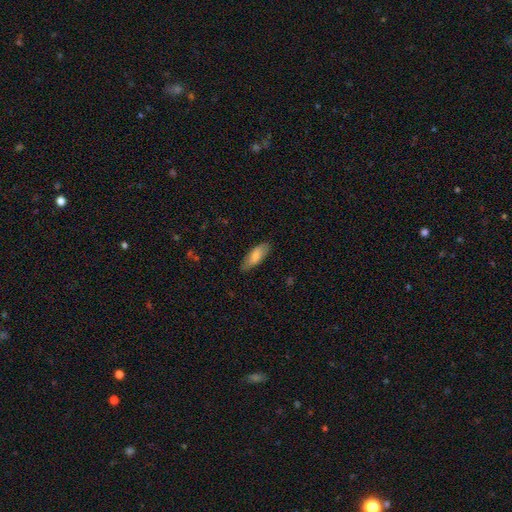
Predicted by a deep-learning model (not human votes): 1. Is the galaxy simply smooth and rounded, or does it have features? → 76% smooth, 18% featured or disk, 6% star or artifact.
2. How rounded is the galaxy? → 74% in between, 25% cigar-shaped, 2% round.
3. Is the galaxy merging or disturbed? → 83% none, 14% minor disturbance, 2% major disturbance, 1% merger.